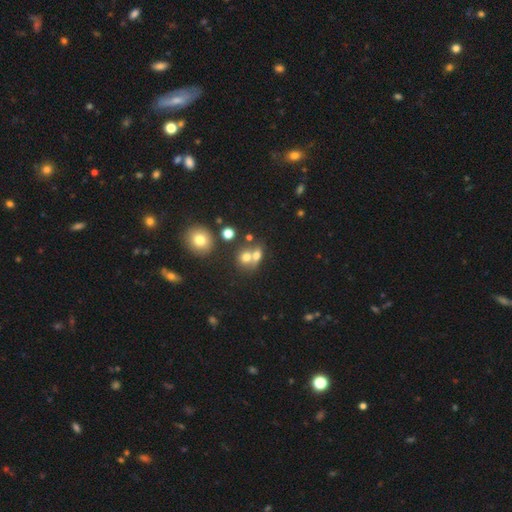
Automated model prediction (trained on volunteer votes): smooth-or-featured: smooth: 60% | star or artifact: 22% | featured or disk: 18%
  how-rounded: round: 71% | in between: 27% | cigar-shaped: 2%
  merging: merger: 49% | none: 39% | minor disturbance: 7% | major disturbance: 4%